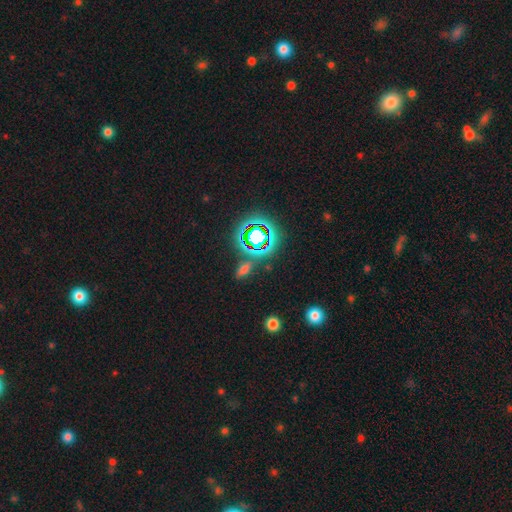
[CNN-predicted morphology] This appears to be a star or artifact, not a galaxy (77%).